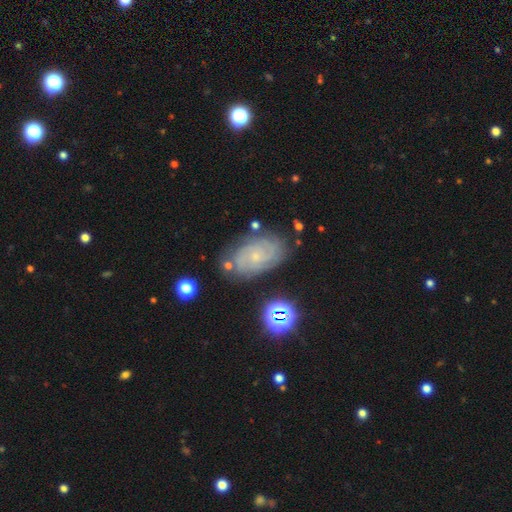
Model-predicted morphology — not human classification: smooth-or-featured: featured or disk: 72% | smooth: 16% | star or artifact: 12%
  disk-edge-on: no: 96% | yes: 4%
    bar: no: 76% | weak: 21% | strong: 3%
    has-spiral-arms: yes: 93% | no: 7%
      spiral-winding: tight: 68% | medium: 25% | loose: 7%
      spiral-arm-count: can't tell: 41% | 2: 26% | 3: 14% | 4: 9% | more than 4: 5% | 1: 5%
    bulge-size: small: 81% | moderate: 14% | none: 4% | large: 1% | dominant: 1%
  merging: none: 73% | minor disturbance: 18% | major disturbance: 5% | merger: 4%